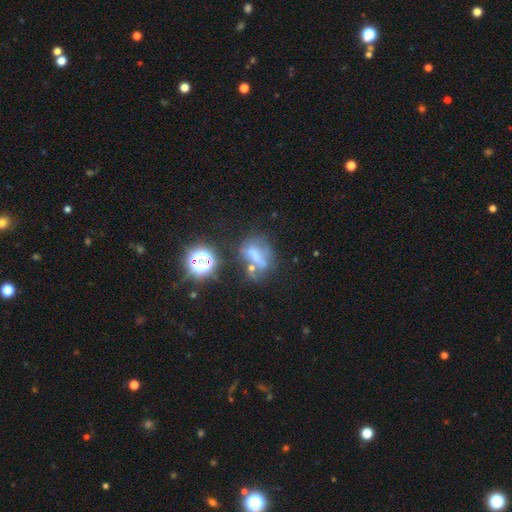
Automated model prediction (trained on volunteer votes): Smooth or featured: smooth — 42% (featured or disk — 33%)
Merging: none — 36% (major disturbance — 24%)